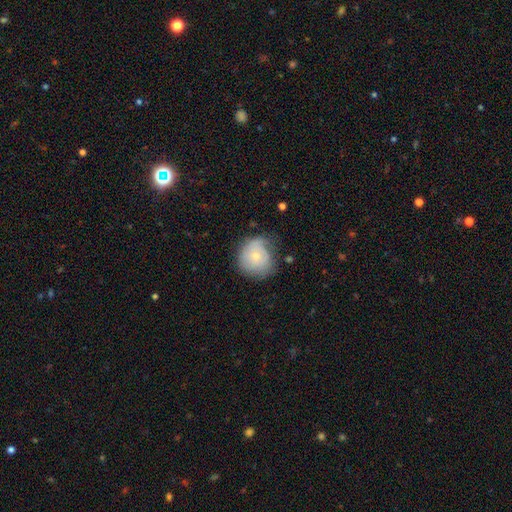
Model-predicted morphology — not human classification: Smooth or featured? Predicted: smooth (p=0.58). How rounded? Predicted: round (p=0.80). Merging? Predicted: none (p=0.52).